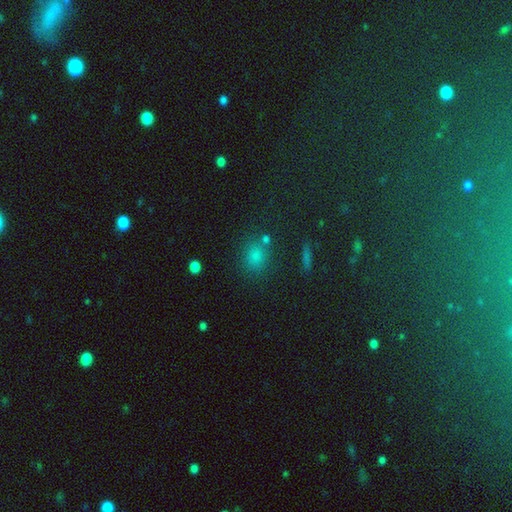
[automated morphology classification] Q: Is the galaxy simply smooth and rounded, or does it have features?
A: smooth — 76%.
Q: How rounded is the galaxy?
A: round — 59%.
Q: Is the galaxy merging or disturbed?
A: none — 70%.